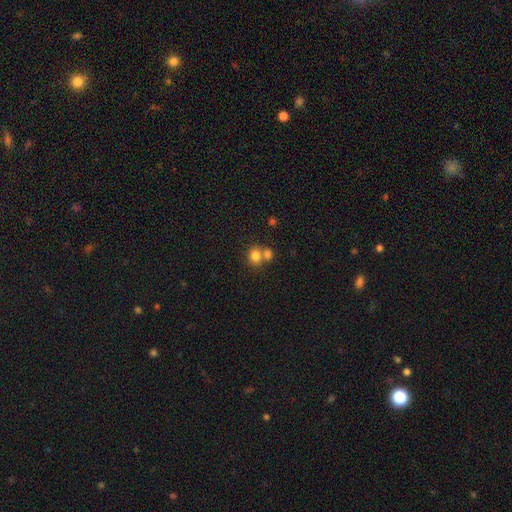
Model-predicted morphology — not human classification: Smooth or featured? smooth (80%)
How rounded? round (74%)
Merging? none (45%)